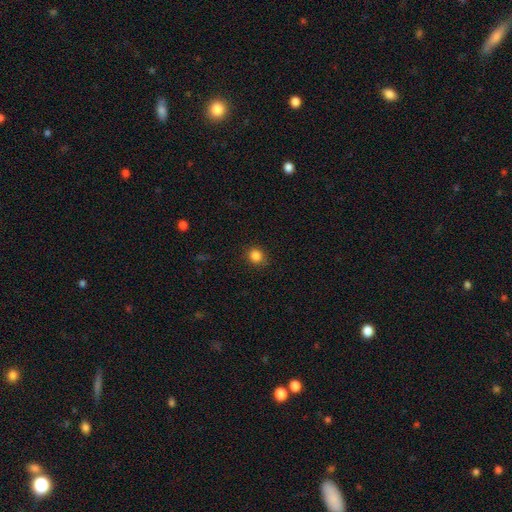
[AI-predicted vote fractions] A smooth galaxy with no disk features (85%) that is round (86%).

Vote fractions:
- Smooth or featured? smooth: 85% / star or artifact: 11% / featured or disk: 4%
- How rounded? round: 86% / in between: 13% / cigar-shaped: 1%
- Merging? none: 88% / minor disturbance: 9% / major disturbance: 2% / merger: 1%